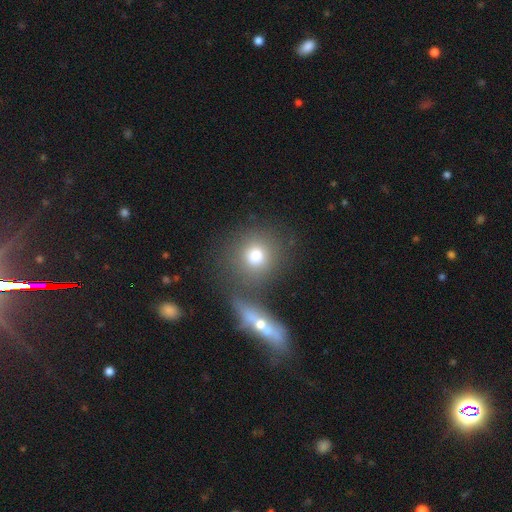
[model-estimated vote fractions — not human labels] smooth_or_featured: smooth (p=0.75) [alt: featured or disk p=0.13]
how_rounded: round (p=0.83) [alt: in between p=0.15]
merging: none (p=0.64) [alt: merger p=0.20]